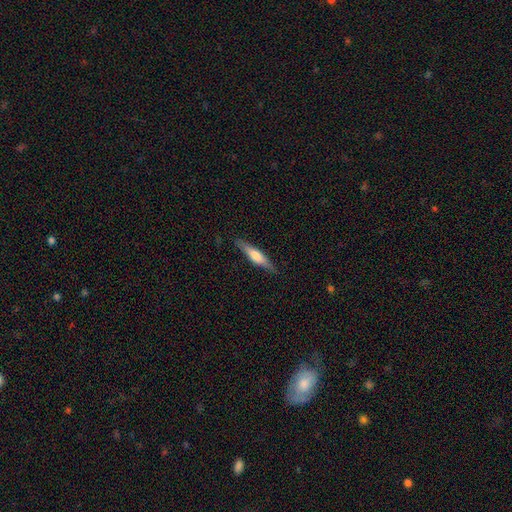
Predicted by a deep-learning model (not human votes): Smooth or featured? Predicted: featured or disk (p=0.55). Edge-on disk? Predicted: yes (p=0.96). Edge-on bulge? Predicted: rounded (p=0.74). Merging? Predicted: none (p=0.87).